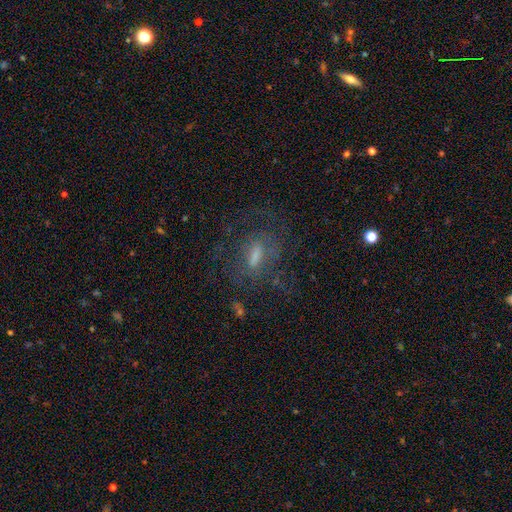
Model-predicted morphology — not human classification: A featured or disk galaxy (51%). Merging: none (57%).